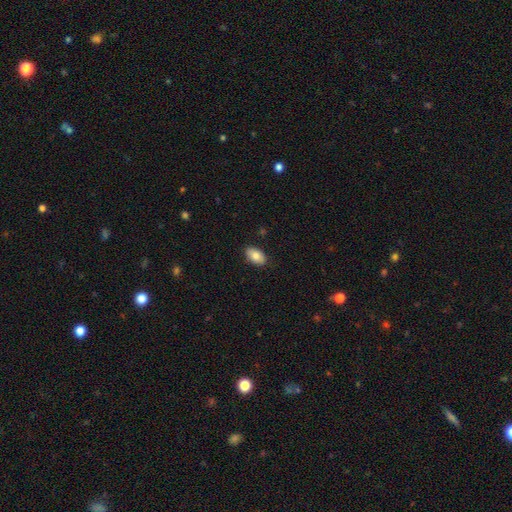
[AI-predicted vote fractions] This appears to be a smooth galaxy with no disk features (82%) that is in between round and cigar-shaped (92%). Merging: none (87%).